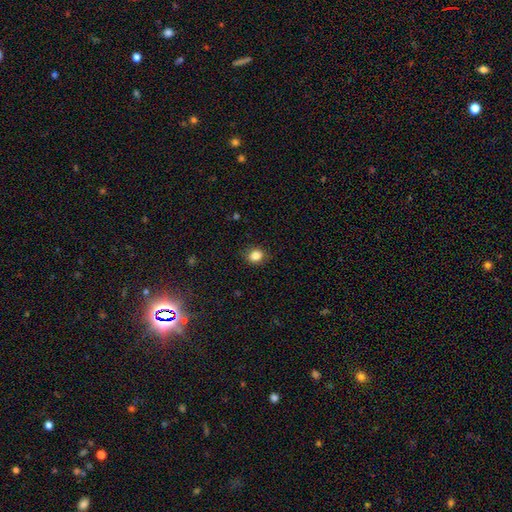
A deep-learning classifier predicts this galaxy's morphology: This appears to be a smooth galaxy with no disk features (84%) that is round (60%). Merging: none (86%).